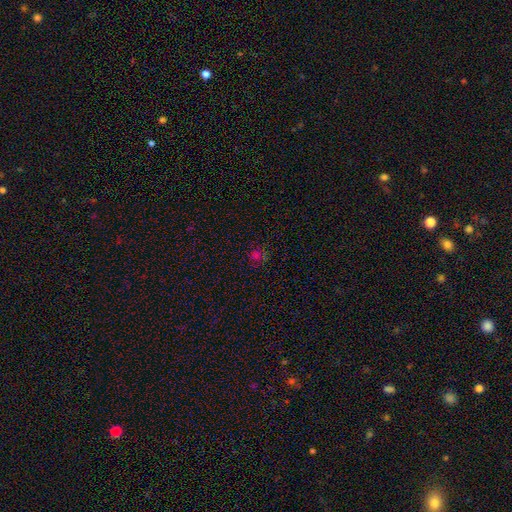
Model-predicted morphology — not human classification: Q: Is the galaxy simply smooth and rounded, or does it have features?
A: smooth — 59%.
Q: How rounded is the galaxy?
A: round — 88%.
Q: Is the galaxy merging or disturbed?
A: none — 77%.